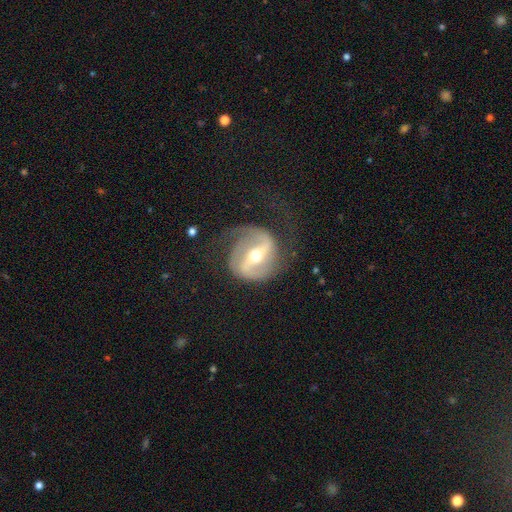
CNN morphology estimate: Overall: featured or disk (88%). Edge-on disk: no (96%). Bar: strong (60%; weak 29%). Spiral arms: yes (94%). Spiral arm count: 2 (86%). Spiral winding: medium (47%; loose 32%). Bulge size: moderate (65%; small 29%). Merging: none (65%).